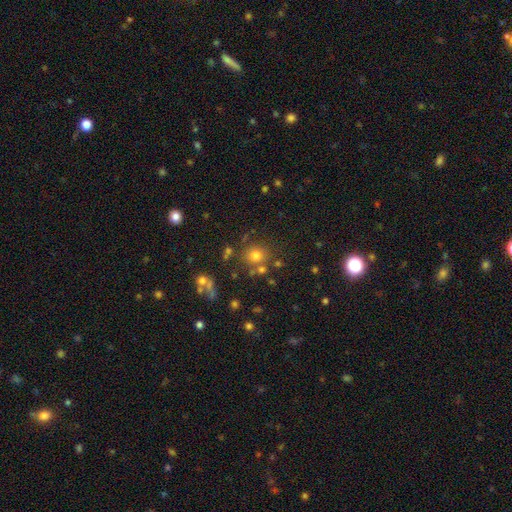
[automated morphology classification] This appears to be a smooth galaxy with no disk features (69%) that is round (84%). Merging: none (73%).